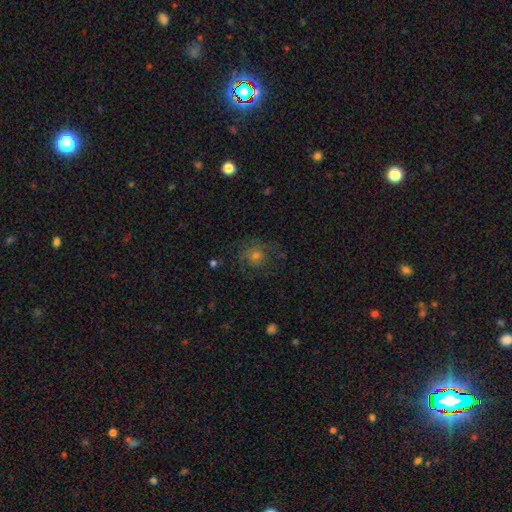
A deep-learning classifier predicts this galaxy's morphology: smooth 46%, featured or disk 34%, star or artifact 20%. Down the decision tree: merging — none (68%).